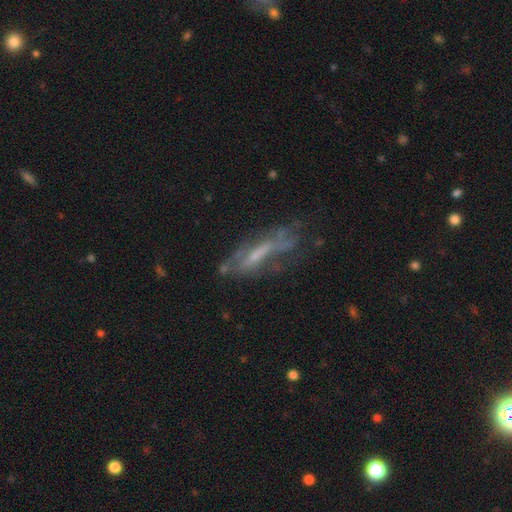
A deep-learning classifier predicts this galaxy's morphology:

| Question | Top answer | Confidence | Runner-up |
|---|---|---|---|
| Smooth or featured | featured or disk | 63% | smooth (26%) |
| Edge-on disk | no | 66% | yes (34%) |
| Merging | none | 48% | minor disturbance (24%) |